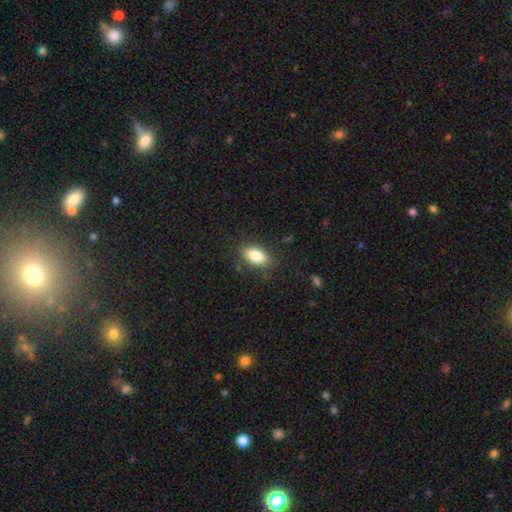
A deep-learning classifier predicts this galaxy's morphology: The model was most divided on "merging": none: 84%, minor disturbance: 11%, major disturbance: 3%, merger: 1%. More confident: how rounded — in between (89%); smooth or featured — smooth (84%).